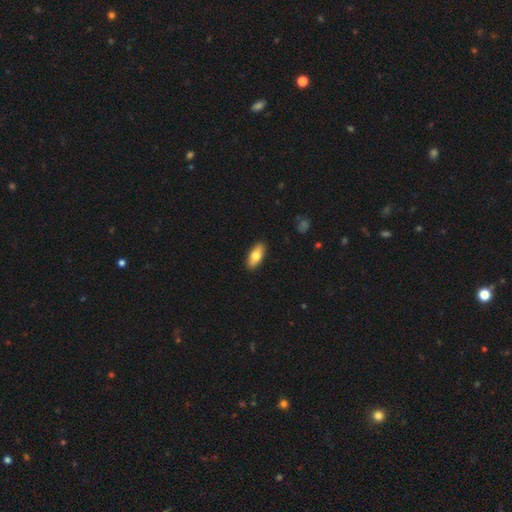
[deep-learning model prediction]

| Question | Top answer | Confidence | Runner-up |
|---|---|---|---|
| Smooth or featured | smooth | 76% | featured or disk (18%) |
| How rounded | in between | 83% | cigar-shaped (14%) |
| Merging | none | 90% | minor disturbance (8%) |